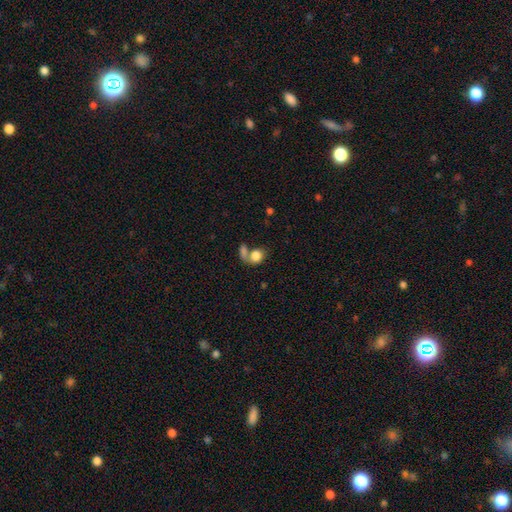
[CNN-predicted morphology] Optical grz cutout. It shows a smooth galaxy with no disk features (81%) that is in between round and cigar-shaped (56%). Merging: merger (49%).